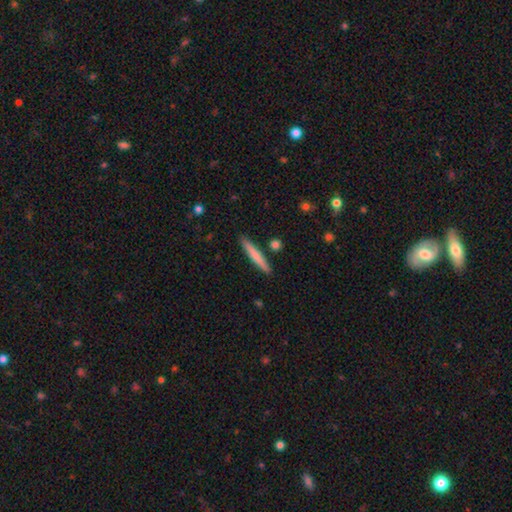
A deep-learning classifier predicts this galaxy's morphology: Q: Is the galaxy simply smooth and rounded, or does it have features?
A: smooth — 71%.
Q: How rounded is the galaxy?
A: cigar-shaped — 95%.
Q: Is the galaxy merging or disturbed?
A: none — 89%.